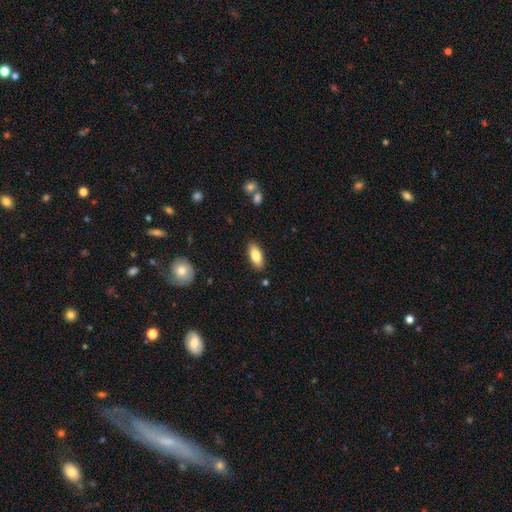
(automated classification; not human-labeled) Overall: smooth (80%). How rounded: in between (86%). Merging: none (88%).